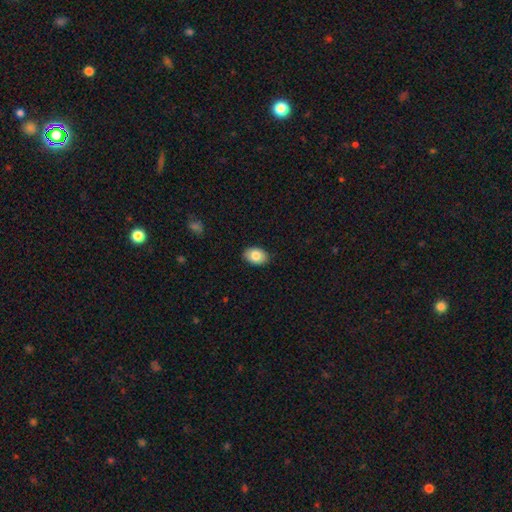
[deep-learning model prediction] A smooth galaxy with no disk features (82%) that is in between round and cigar-shaped (82%).

Vote fractions:
- Smooth or featured? smooth: 82% / featured or disk: 11% / star or artifact: 7%
- How rounded? in between: 82% / round: 17% / cigar-shaped: 1%
- Merging? none: 89% / minor disturbance: 9% / major disturbance: 2% / merger: 1%